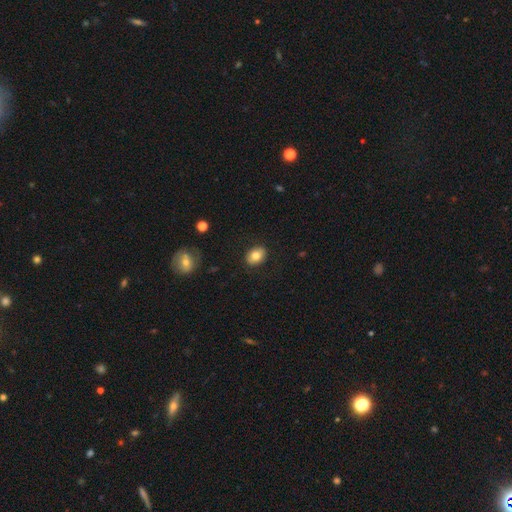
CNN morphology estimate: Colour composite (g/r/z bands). It shows a smooth galaxy with no disk features (78%) that is in between round and cigar-shaped (64%). Merging: none (87%).